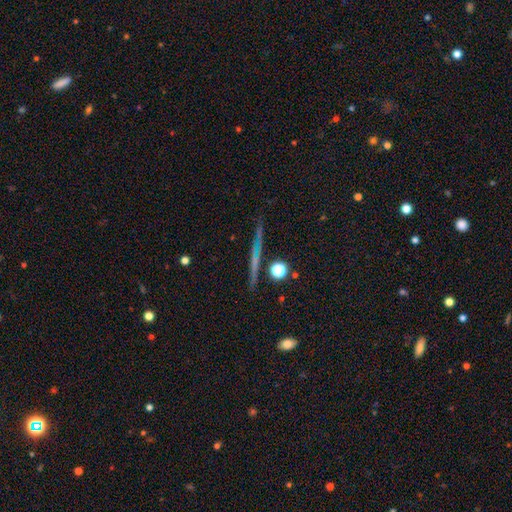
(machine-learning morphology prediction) type=featured or disk (50%); merging=none (87%).